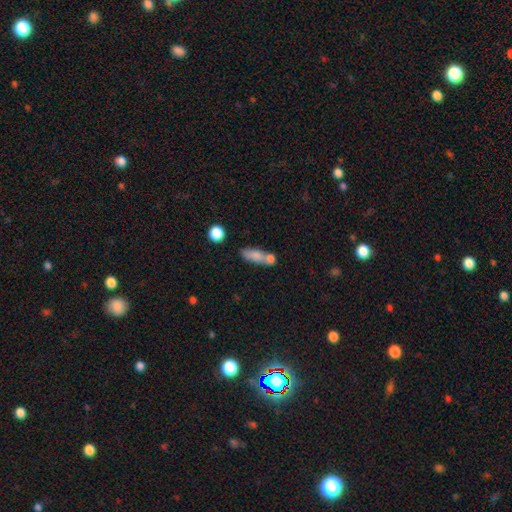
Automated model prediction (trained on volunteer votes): A smooth galaxy with no disk features (74%) that is in between round and cigar-shaped (56%). Merging: merger (42%).